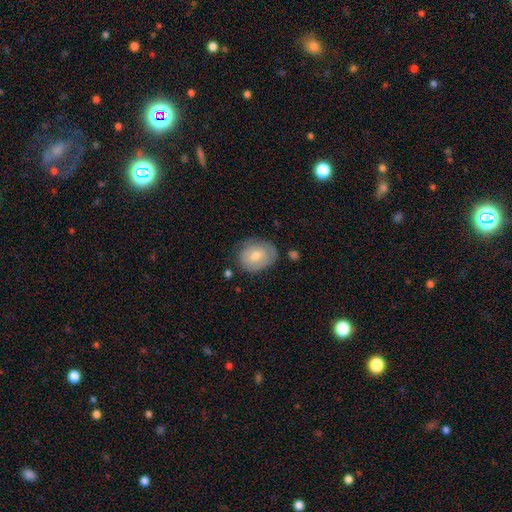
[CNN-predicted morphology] This appears to be a smooth galaxy with no disk features (58%) that is in between round and cigar-shaped (50%). Merging: none (70%).